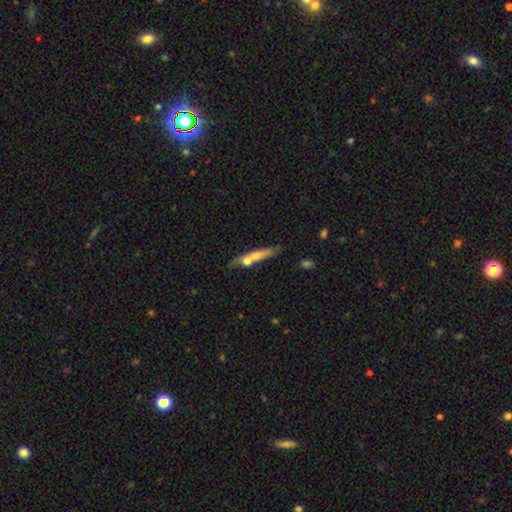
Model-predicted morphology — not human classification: Smooth or featured? featured or disk (46%, tied with smooth)
Merging? none (59%)